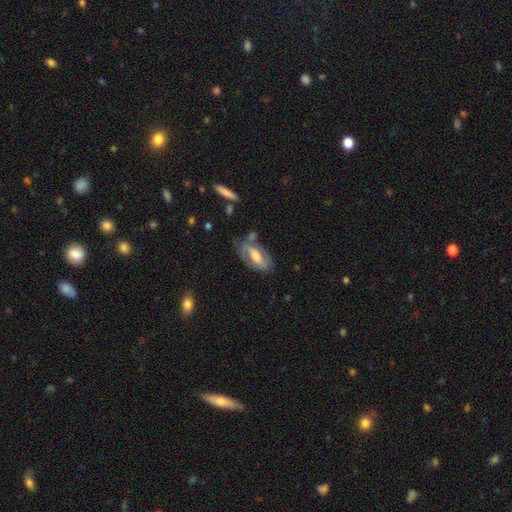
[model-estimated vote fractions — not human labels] featured or disk 65%, smooth 29%, star or artifact 6%. Down the decision tree: edge-on disk — no (90%); bar — weak (40%); spiral arms — yes (79%); bulge size — moderate (55%); merging — none (64%).